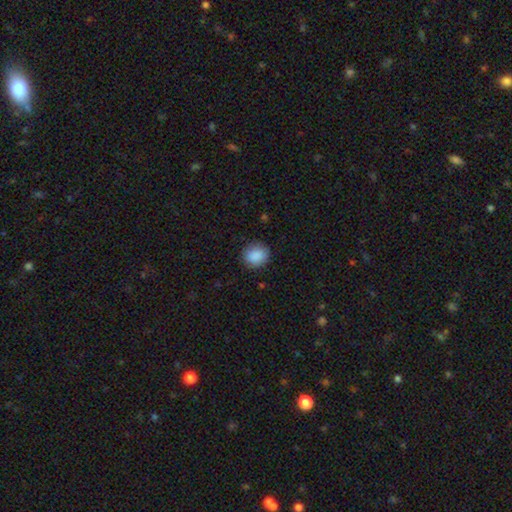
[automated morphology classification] smooth 89%, star or artifact 8%, featured or disk 3%. Down the decision tree: how rounded — round (72%); merging — none (85%).